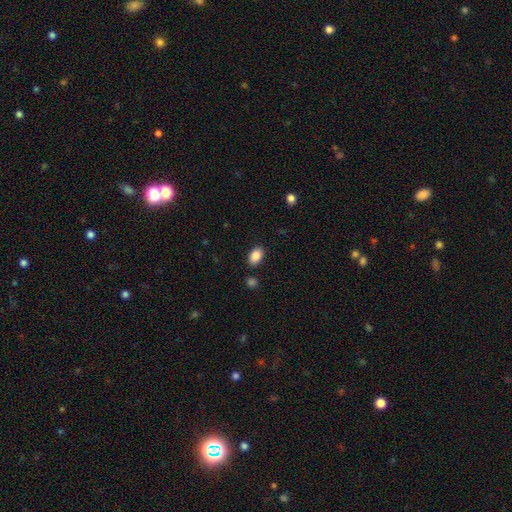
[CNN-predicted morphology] Smooth or featured? Predicted: smooth (p=0.87). How rounded? Predicted: in between (p=0.89). Merging? Predicted: none (p=0.85).